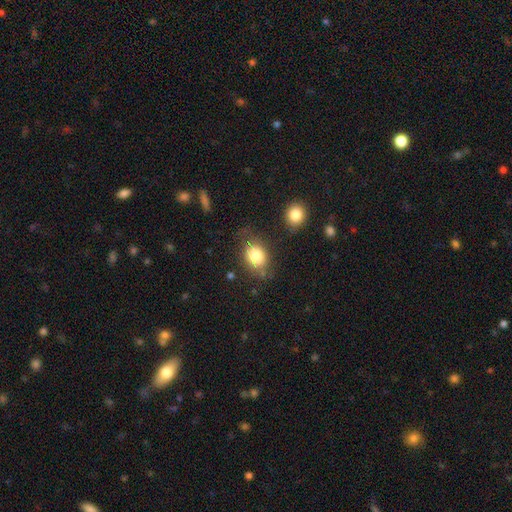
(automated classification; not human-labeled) Q: Smooth or featured?
A: smooth (82%); runner-up: featured or disk (10%)
Q: How rounded?
A: in between (53%); runner-up: round (46%)
Q: Merging?
A: none (66%); runner-up: minor disturbance (20%)